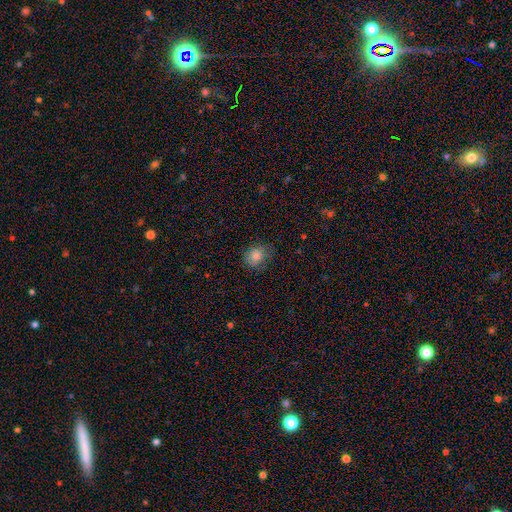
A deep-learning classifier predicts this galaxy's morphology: smooth 82%, star or artifact 11%, featured or disk 7%. Down the decision tree: how rounded — round (72%); merging — none (74%).